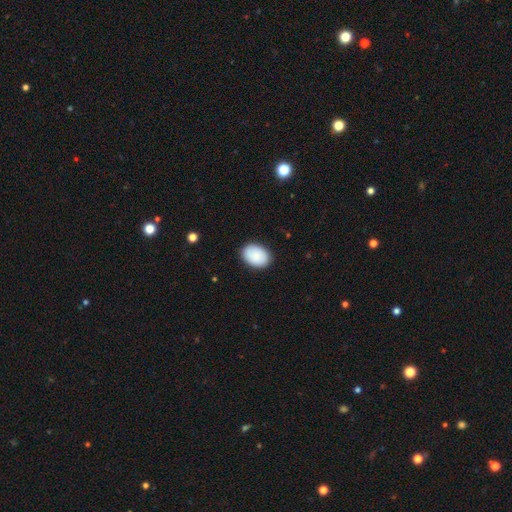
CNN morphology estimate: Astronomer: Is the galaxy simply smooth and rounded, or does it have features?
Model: smooth — 89%.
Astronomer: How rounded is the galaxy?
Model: in between — 81%.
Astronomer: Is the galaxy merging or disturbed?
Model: none — 89%.